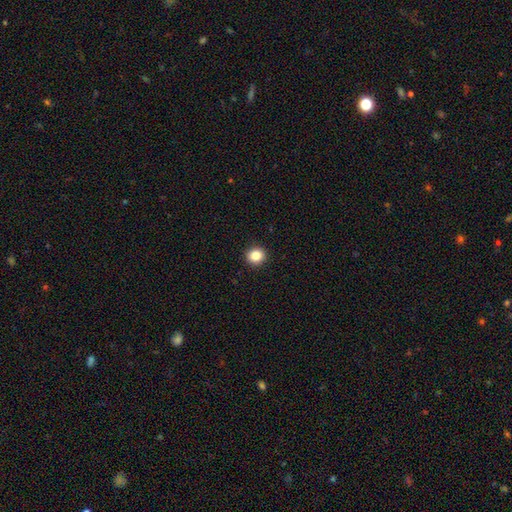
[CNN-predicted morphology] smooth 85%, star or artifact 10%, featured or disk 4%. Down the decision tree: how rounded — round (91%); merging — none (93%).